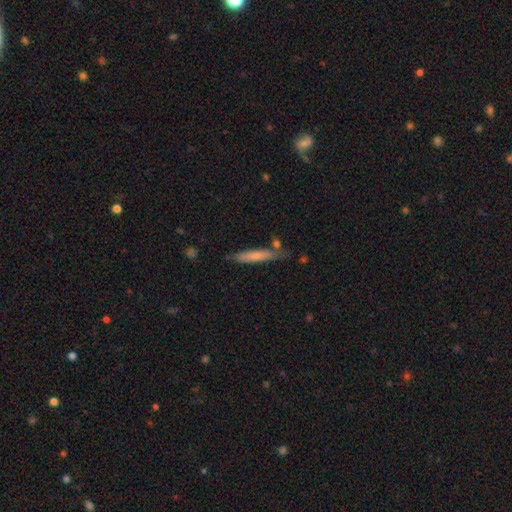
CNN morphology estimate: This appears to be a smooth galaxy with no disk features (68%) that is cigar-shaped (91%). Merging: none (74%).